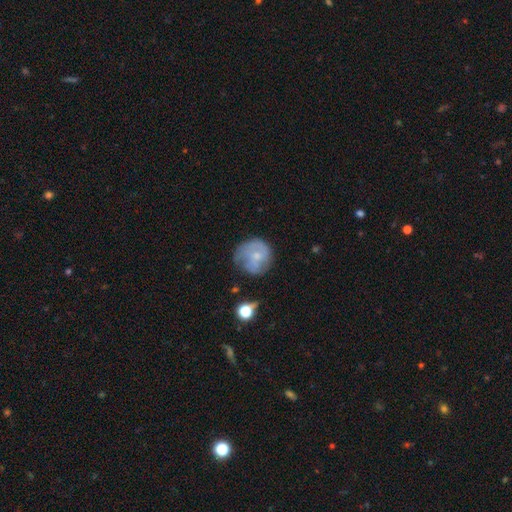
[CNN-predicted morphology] Overall: smooth (46%; featured or disk 45%). Merging: none (52%; minor disturbance 28%).